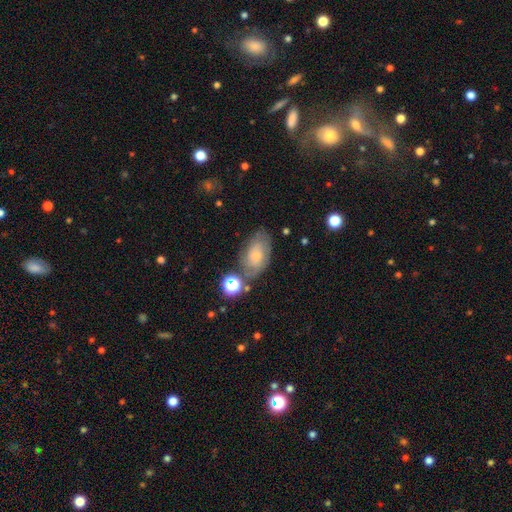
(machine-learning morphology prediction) Q: Smooth or featured?
A: featured or disk (47%); runner-up: smooth (42%)
Q: Merging?
A: none (56%); runner-up: minor disturbance (24%)